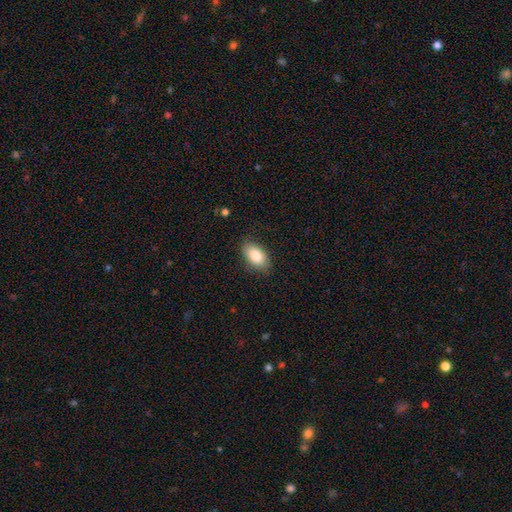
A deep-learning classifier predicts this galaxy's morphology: The model was most divided on "merging": none: 83%, minor disturbance: 13%, major disturbance: 3%, merger: 1%. More confident: how rounded — in between (92%); smooth or featured — smooth (84%).